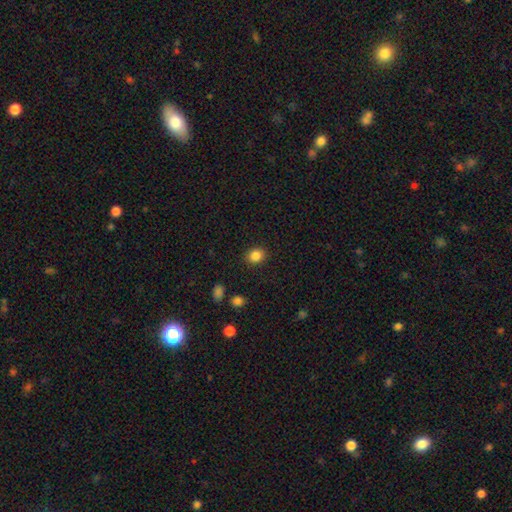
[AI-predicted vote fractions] smooth_or_featured: smooth (p=0.85) [alt: star or artifact p=0.10]
how_rounded: round (p=0.64) [alt: in between p=0.35]
merging: none (p=0.89) [alt: minor disturbance p=0.07]